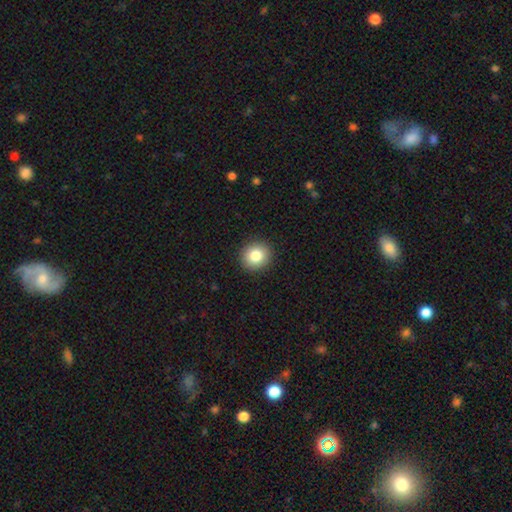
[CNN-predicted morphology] Smooth or featured?
  - smooth: 83% *
  - star or artifact: 10%
  - featured or disk: 8%
How rounded?
  - round: 85% *
  - in between: 14%
  - cigar-shaped: 1%
Merging?
  - none: 92% *
  - minor disturbance: 5%
  - major disturbance: 2%
  - merger: 1%